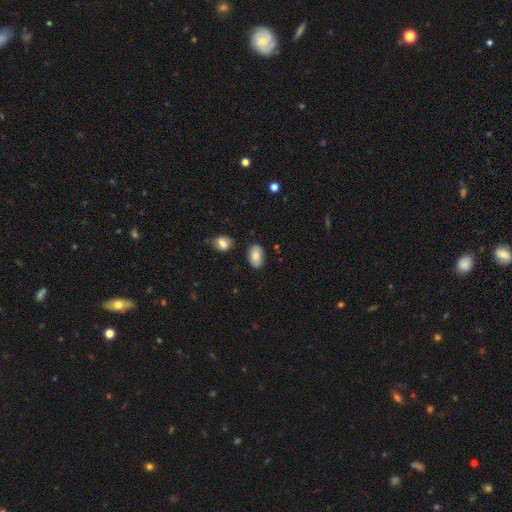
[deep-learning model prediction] This appears to be a smooth galaxy with no disk features (83%) that is in between round and cigar-shaped (92%). Merging: none (80%).